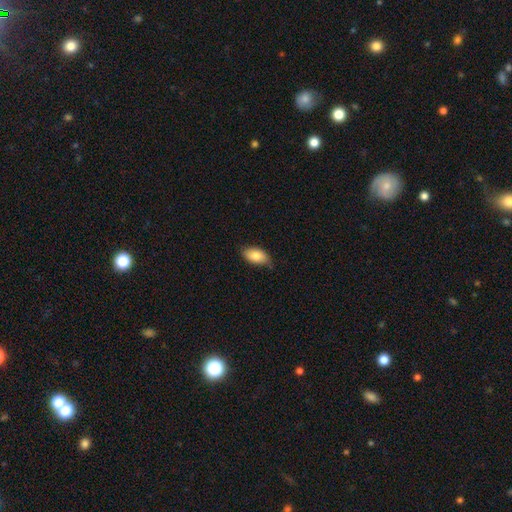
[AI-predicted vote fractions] Smooth or featured: smooth — 82% (featured or disk — 12%)
How rounded: in between — 94% (round — 4%)
Merging: none — 68% (minor disturbance — 27%)